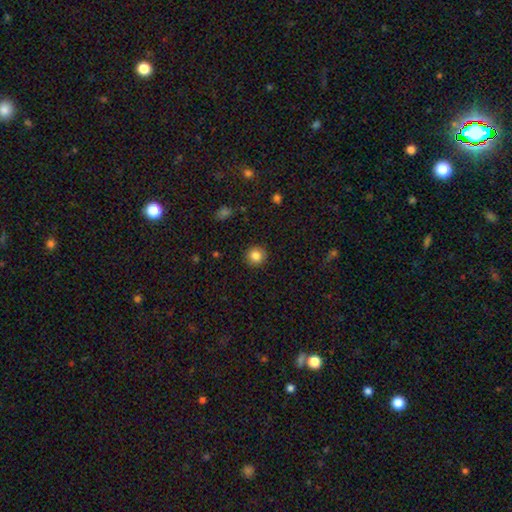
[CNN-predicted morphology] Smooth or featured: smooth — 84% (star or artifact — 10%)
How rounded: round — 93% (in between — 6%)
Merging: none — 91% (minor disturbance — 6%)